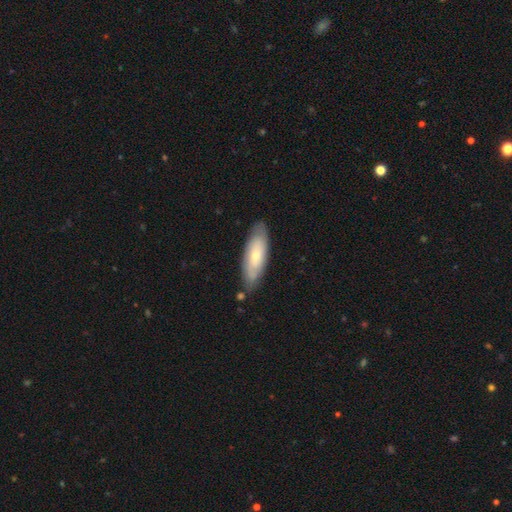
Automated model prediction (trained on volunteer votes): This is possibly a smooth galaxy (54%). How rounded: likely in between (65%). Merging: likely none (79%).